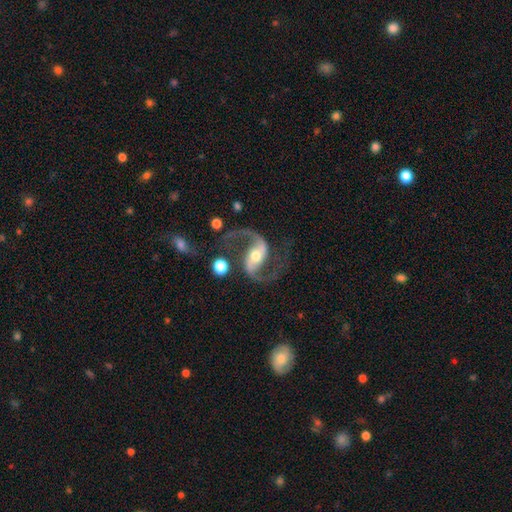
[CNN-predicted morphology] Smooth or featured: featured or disk — 92% (star or artifact — 4%)
Edge-on disk: no — 98% (yes — 2%)
Bar: strong — 39% (weak — 36%)
Spiral arms: yes — 98% (no — 2%)
Spiral winding: loose — 60% (medium — 35%)
Spiral arm count: 2 — 94% (1 — 2%)
Bulge size: moderate — 65% (small — 26%)
Merging: none — 74% (minor disturbance — 12%)